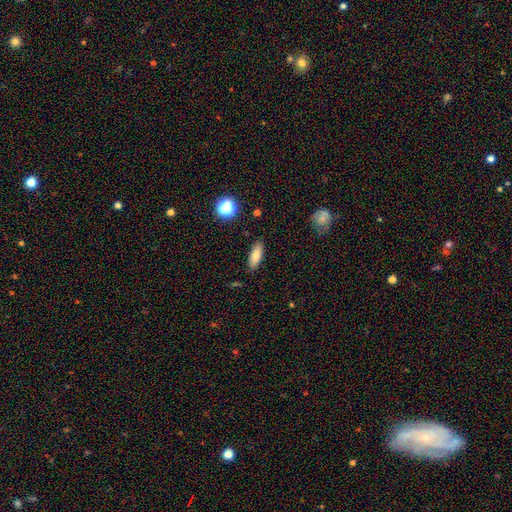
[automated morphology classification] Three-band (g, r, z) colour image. It shows a smooth galaxy with no disk features (80%) that is in between round and cigar-shaped (70%). Merging: none (87%).